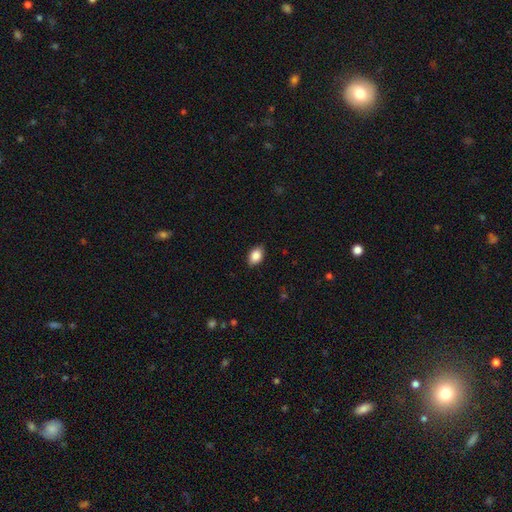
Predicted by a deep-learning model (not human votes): A smooth galaxy with no disk features (87%) that is in between round and cigar-shaped (85%).

Vote fractions:
- Smooth or featured? smooth: 87% / star or artifact: 8% / featured or disk: 5%
- How rounded? in between: 85% / round: 13% / cigar-shaped: 1%
- Merging? none: 86% / minor disturbance: 11% / major disturbance: 2% / merger: 1%